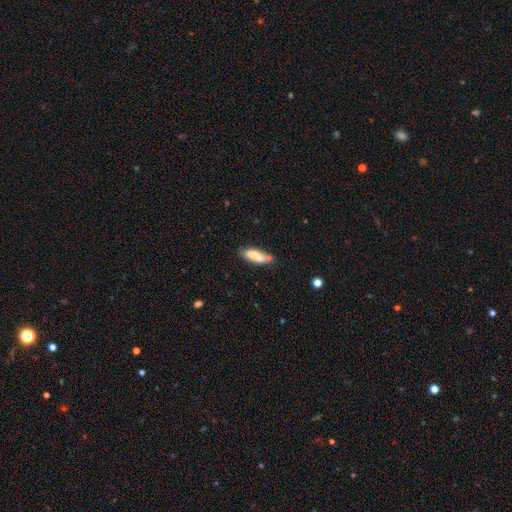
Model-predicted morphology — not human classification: smooth 76%, featured or disk 17%, star or artifact 7%. Down the decision tree: how rounded — in between (55%); merging — none (61%).